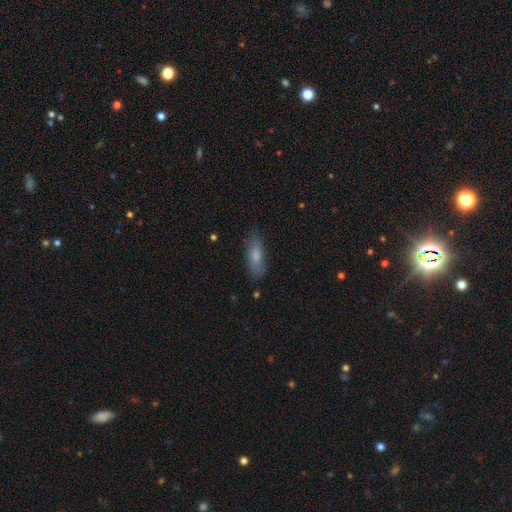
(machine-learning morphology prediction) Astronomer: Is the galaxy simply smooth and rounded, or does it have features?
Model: smooth — 74%.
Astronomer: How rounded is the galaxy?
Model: in between — 57% (runner-up: cigar-shaped, 41%).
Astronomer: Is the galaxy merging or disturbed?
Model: none — 77%.